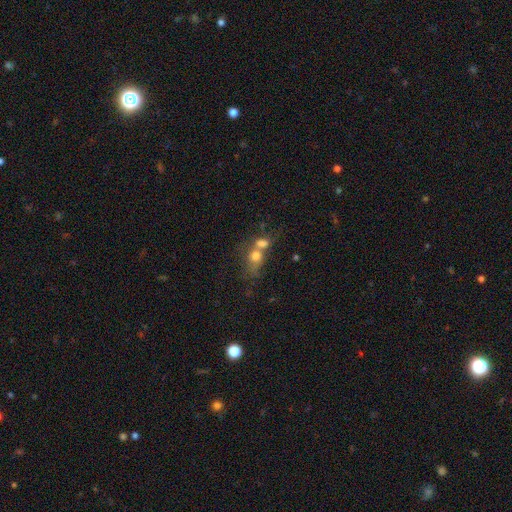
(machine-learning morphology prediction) Q: Smooth or featured?
A: smooth (71%); runner-up: featured or disk (17%)
Q: How rounded?
A: round (53%); runner-up: in between (45%)
Q: Merging?
A: merger (68%); runner-up: none (19%)